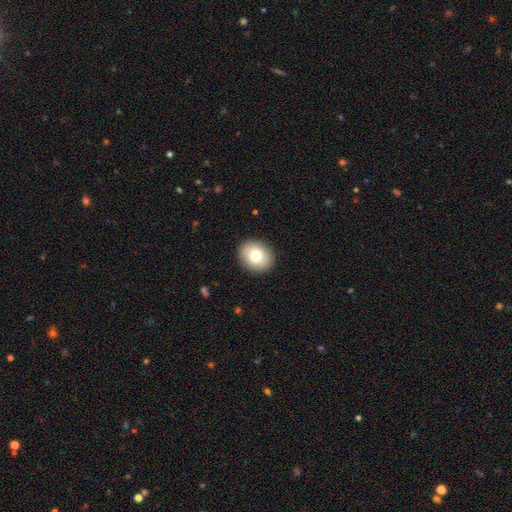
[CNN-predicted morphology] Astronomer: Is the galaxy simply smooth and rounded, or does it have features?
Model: smooth — 77%.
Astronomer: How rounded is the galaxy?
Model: round — 66%.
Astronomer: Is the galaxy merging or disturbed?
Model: none — 90%.